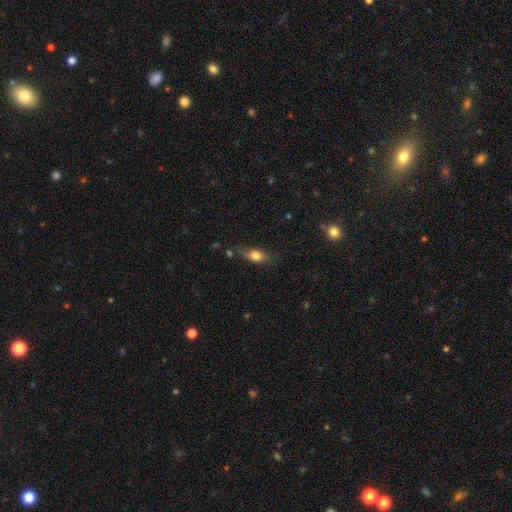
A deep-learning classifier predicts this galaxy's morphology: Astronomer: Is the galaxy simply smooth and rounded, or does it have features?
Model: smooth — 74%.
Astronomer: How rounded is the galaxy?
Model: in between — 75%.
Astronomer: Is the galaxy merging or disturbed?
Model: none — 60%.